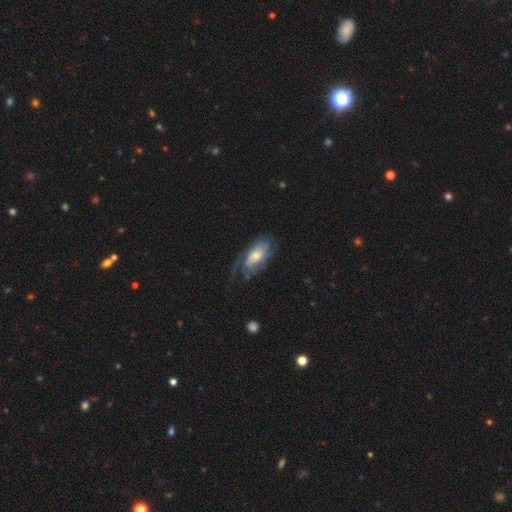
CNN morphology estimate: Q: Smooth or featured?
A: featured or disk (51%); runner-up: smooth (42%)
Q: Edge-on disk?
A: no (89%); runner-up: yes (11%)
Q: Merging?
A: none (50%); runner-up: minor disturbance (26%)